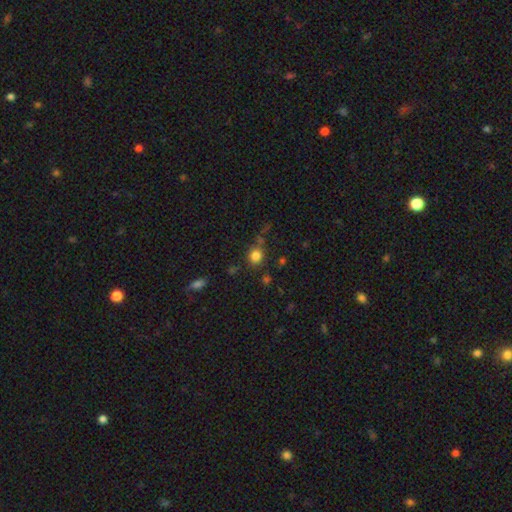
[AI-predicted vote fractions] A smooth galaxy with no disk features (81%) that is round (81%). Merging: none (75%).